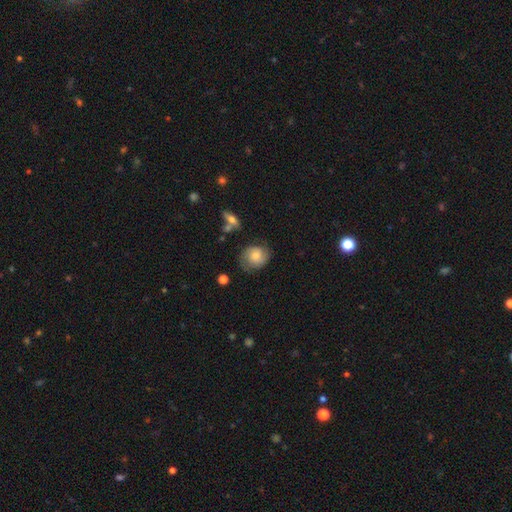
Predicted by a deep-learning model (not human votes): smooth-or-featured: smooth: 52% | featured or disk: 40% | star or artifact: 8%
  how-rounded: round: 71% | in between: 28% | cigar-shaped: 1%
  merging: none: 68% | minor disturbance: 22% | major disturbance: 8% | merger: 2%